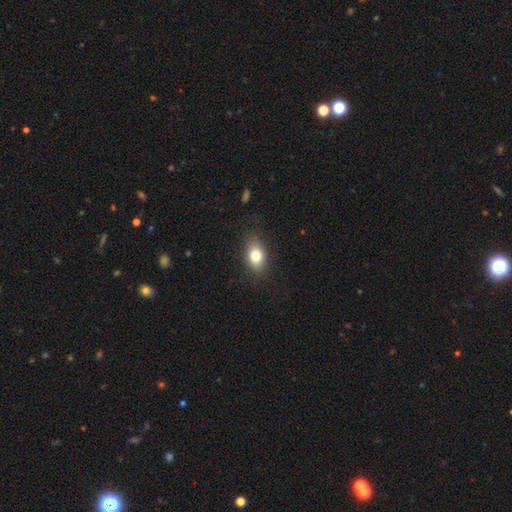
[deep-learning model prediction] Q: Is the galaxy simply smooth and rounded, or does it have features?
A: smooth — 77%.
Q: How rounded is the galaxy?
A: in between — 75%.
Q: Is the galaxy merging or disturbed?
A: none — 82%.